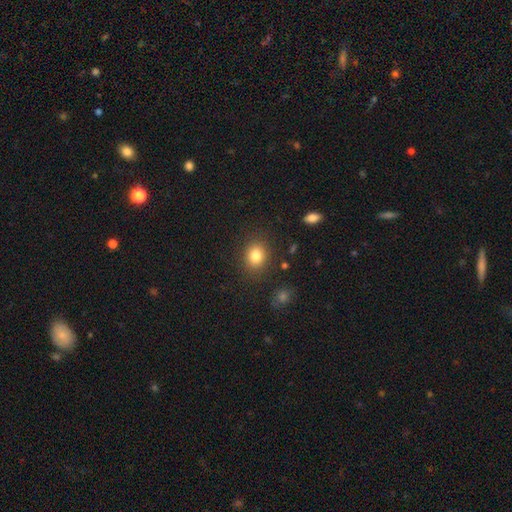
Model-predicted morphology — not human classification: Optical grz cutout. It shows a smooth galaxy with no disk features (82%) that is round (60%). Merging: none (85%).